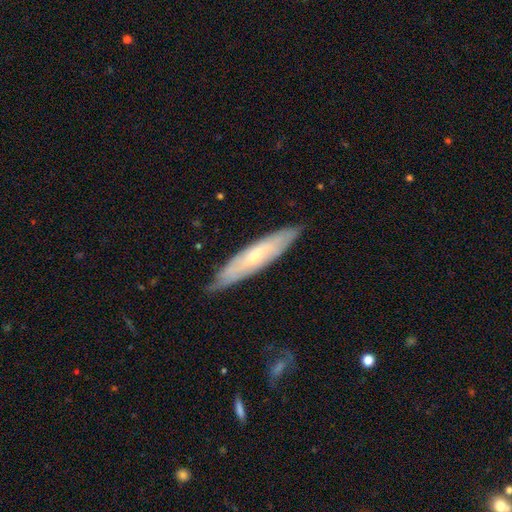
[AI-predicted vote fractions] smooth-or-featured: featured or disk: 48% | smooth: 46% | star or artifact: 6%
  merging: none: 79% | minor disturbance: 17% | major disturbance: 3% | merger: 1%